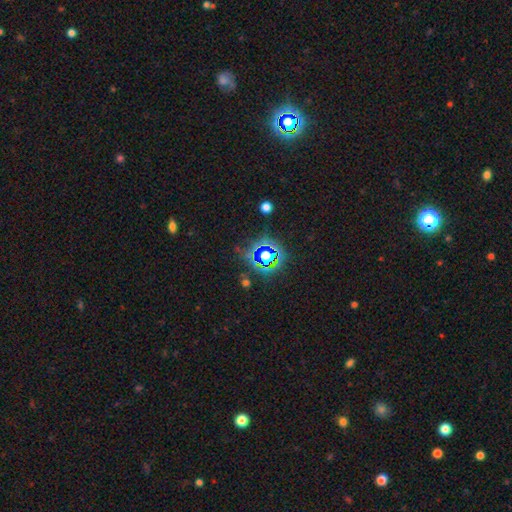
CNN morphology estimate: type=star or artifact (70%).